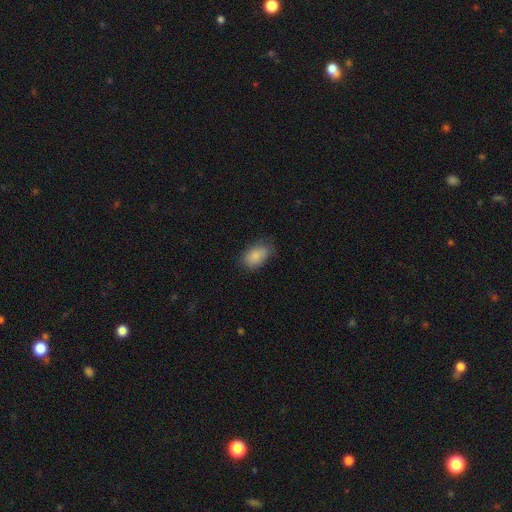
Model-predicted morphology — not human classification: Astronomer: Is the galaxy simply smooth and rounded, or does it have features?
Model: smooth — 86%.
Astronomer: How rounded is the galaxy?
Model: in between — 89%.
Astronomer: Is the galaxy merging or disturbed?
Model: none — 72%.